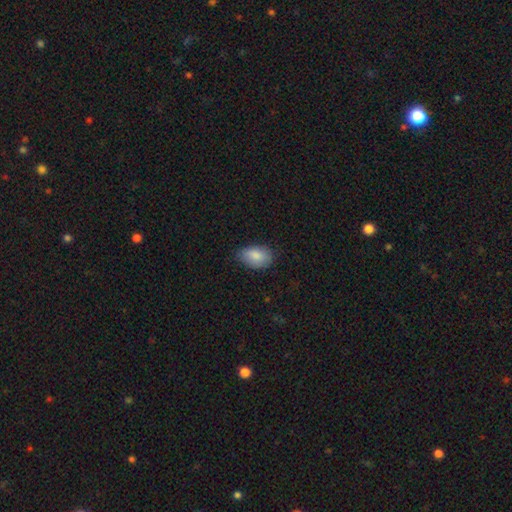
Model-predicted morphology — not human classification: A smooth galaxy with no disk features (85%) that is in between round and cigar-shaped (91%).

Vote fractions:
- Smooth or featured? smooth: 85% / featured or disk: 9% / star or artifact: 6%
- How rounded? in between: 91% / round: 7% / cigar-shaped: 2%
- Merging? none: 73% / minor disturbance: 22% / major disturbance: 4% / merger: 1%